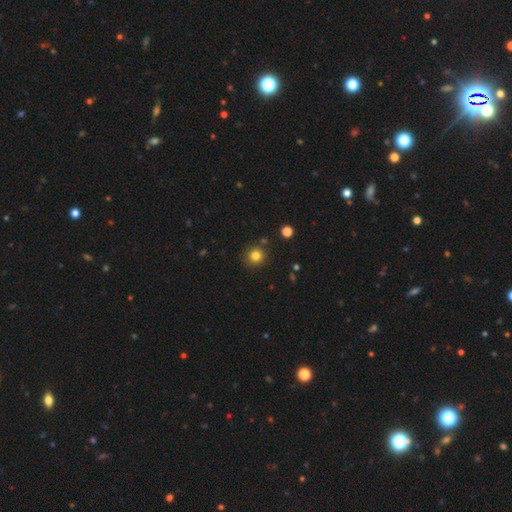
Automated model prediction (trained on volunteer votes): A smooth galaxy with no disk features (81%) that is round (92%). Merging: none (86%).